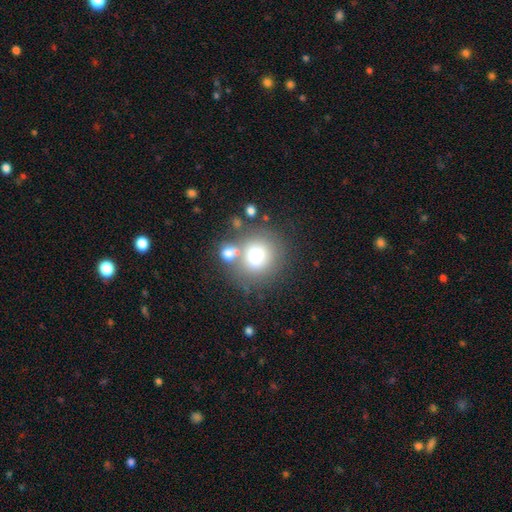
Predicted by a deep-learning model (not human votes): This is likely a smooth galaxy (74%). How rounded: clearly round (80%). Merging: possibly none (49%).